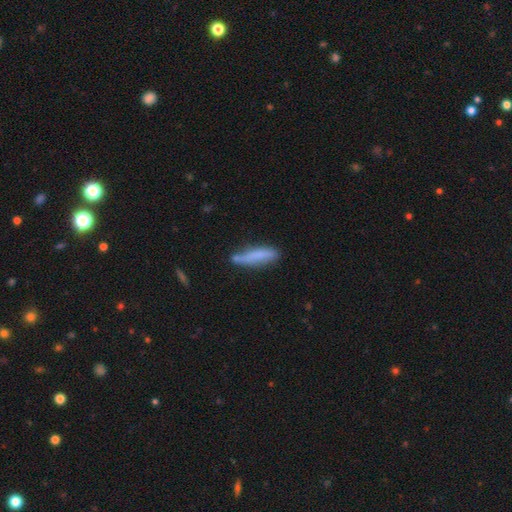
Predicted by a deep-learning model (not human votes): Smooth or featured: smooth — 69% (featured or disk — 23%)
How rounded: cigar-shaped — 79% (in between — 19%)
Merging: none — 61% (minor disturbance — 25%)